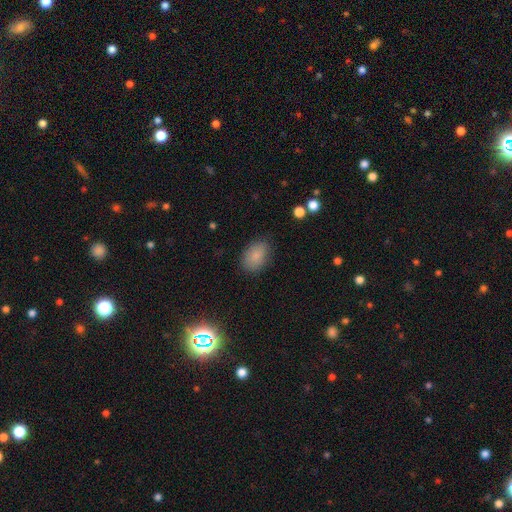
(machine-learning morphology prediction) smooth_or_featured: smooth (p=0.84) [alt: star or artifact p=0.09]
how_rounded: in between (p=0.85) [alt: round p=0.14]
merging: none (p=0.80) [alt: minor disturbance p=0.14]